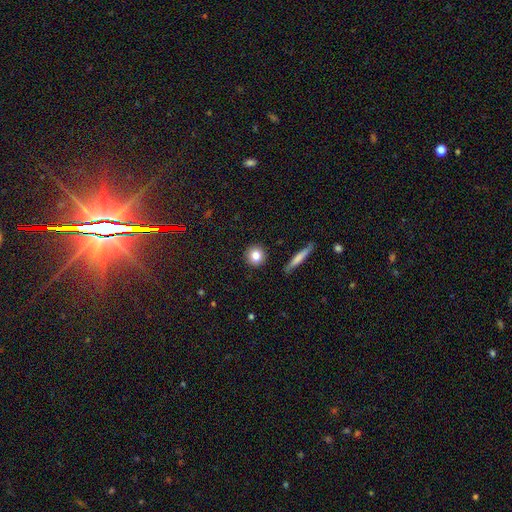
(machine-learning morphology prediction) smooth-or-featured: smooth: 82% | featured or disk: 9% | star or artifact: 9%
  how-rounded: round: 91% | in between: 7% | cigar-shaped: 2%
  merging: none: 91% | minor disturbance: 6% | major disturbance: 2% | merger: 2%